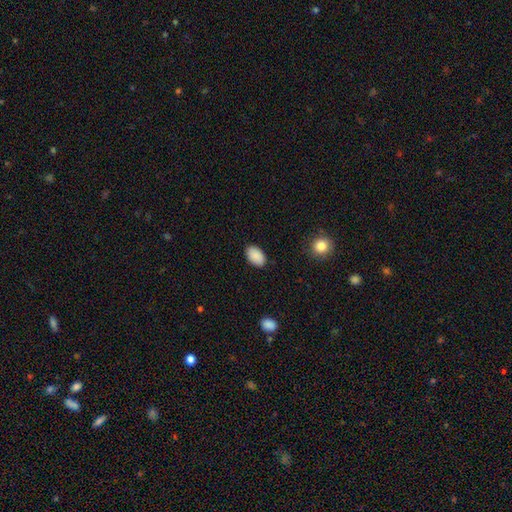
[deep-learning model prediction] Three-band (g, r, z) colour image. It shows a smooth galaxy with no disk features (90%) that is in between round and cigar-shaped (91%). Merging: none (87%).